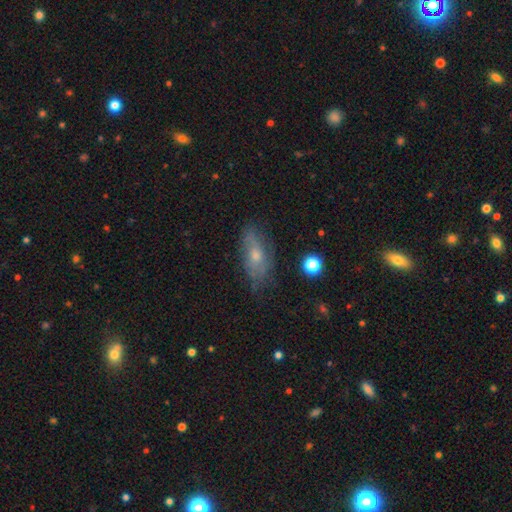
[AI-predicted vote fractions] smooth 49%, featured or disk 41%, star or artifact 10%. Down the decision tree: merging — none (64%).